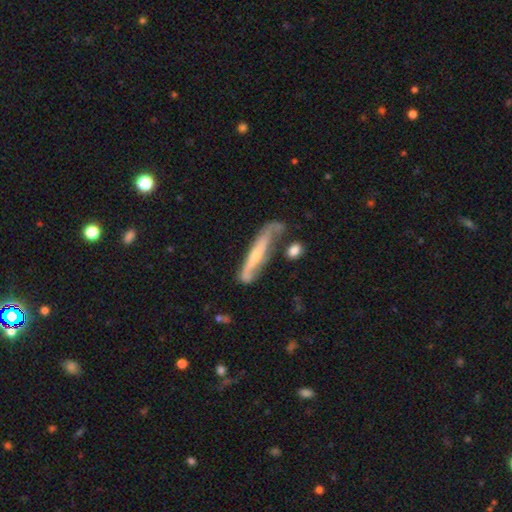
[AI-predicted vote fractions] Morphology: type=featured or disk (63%); edge-on=yes (64%); merging=none (46%).